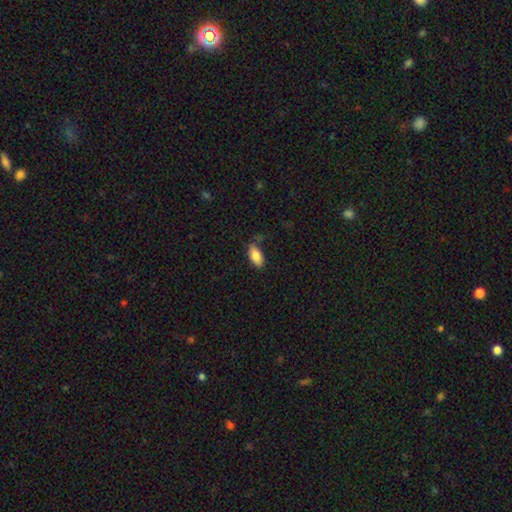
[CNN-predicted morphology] type=smooth (84%); roundness=in between (90%); merging=none (72%).